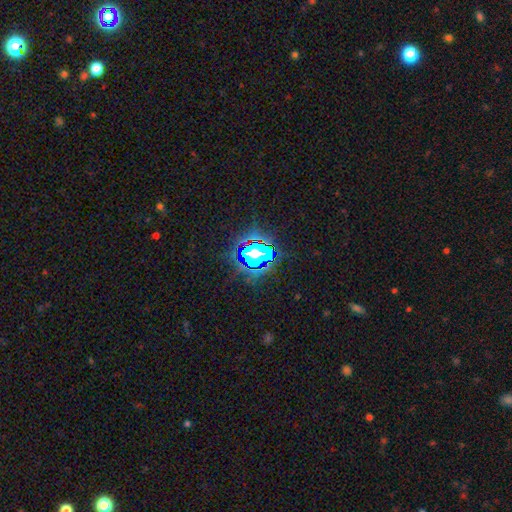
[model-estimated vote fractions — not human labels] smooth_or_featured: star or artifact (p=0.79) [alt: smooth p=0.14]